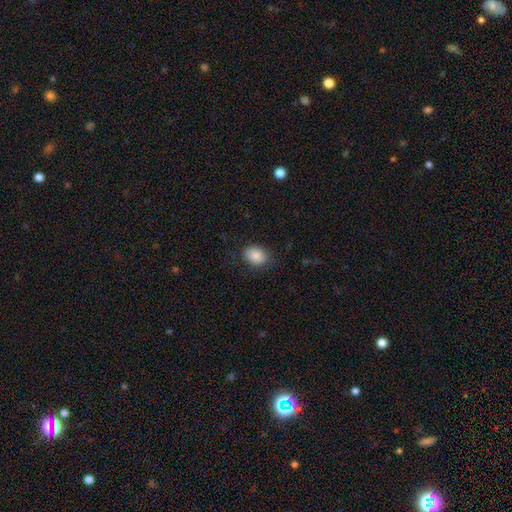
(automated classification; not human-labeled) Morphology: type=smooth (86%); roundness=in between (62%); merging=none (79%).